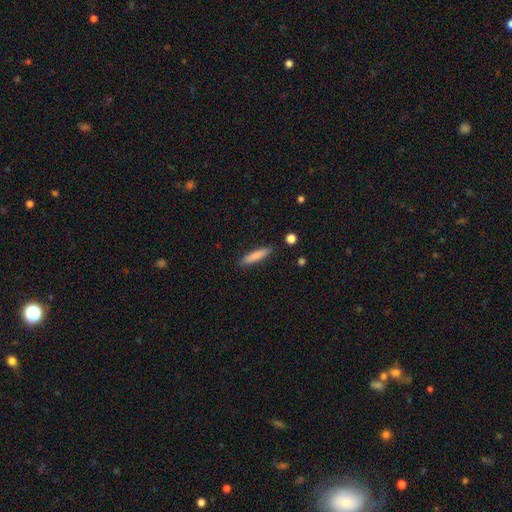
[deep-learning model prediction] A smooth galaxy with no disk features (81%) that is cigar-shaped (86%).

Vote fractions:
- Smooth or featured? smooth: 81% / featured or disk: 13% / star or artifact: 6%
- How rounded? cigar-shaped: 86% / in between: 12% / round: 1%
- Merging? none: 88% / minor disturbance: 8% / merger: 2% / major disturbance: 2%